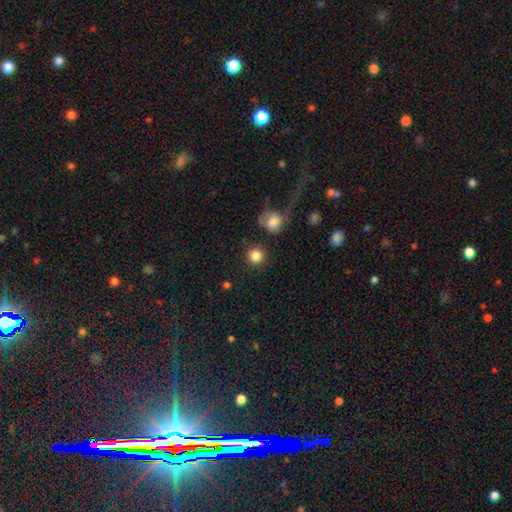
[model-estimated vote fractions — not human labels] Overall: smooth (85%). How rounded: round (93%). Merging: none (86%).